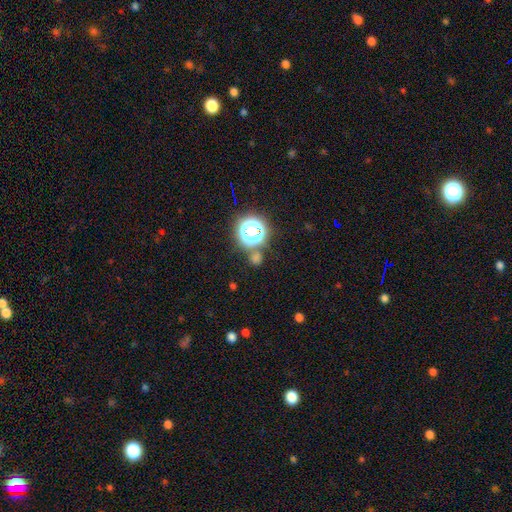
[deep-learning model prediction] This is possibly a star or artifact rather than a galaxy (55%).